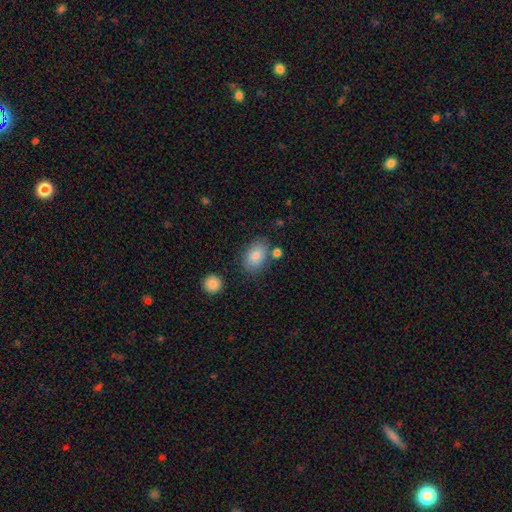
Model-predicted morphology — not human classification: Smooth or featured: smooth — 84% (featured or disk — 8%)
How rounded: in between — 85% (round — 14%)
Merging: none — 74% (minor disturbance — 14%)